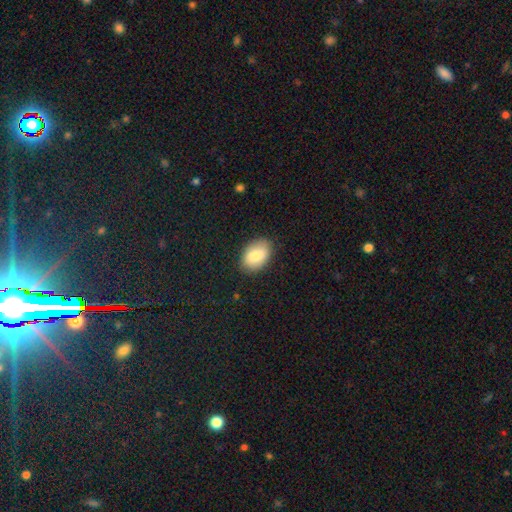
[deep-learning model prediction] A smooth galaxy with no disk features (82%) that is in between round and cigar-shaped (87%). Merging: none (86%).